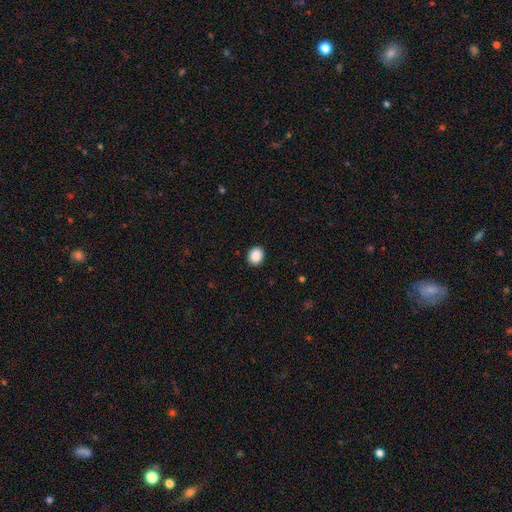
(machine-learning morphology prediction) smooth 90%, star or artifact 8%, featured or disk 2%. Down the decision tree: how rounded — round (66%); merging — none (91%).